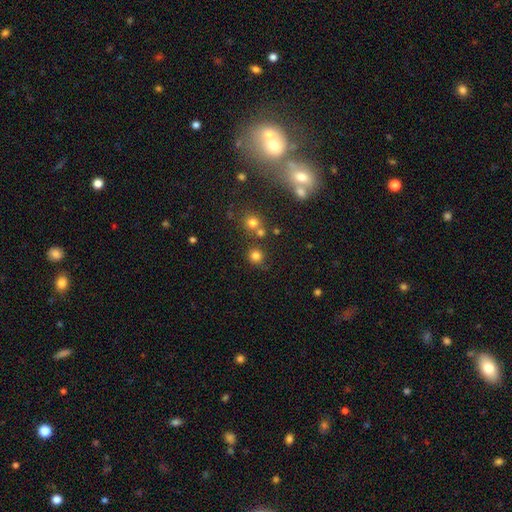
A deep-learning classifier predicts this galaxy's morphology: The model was most divided on "smooth or featured": smooth: 77%, star or artifact: 17%, featured or disk: 6%. More confident: how rounded — round (91%); merging — none (75%).